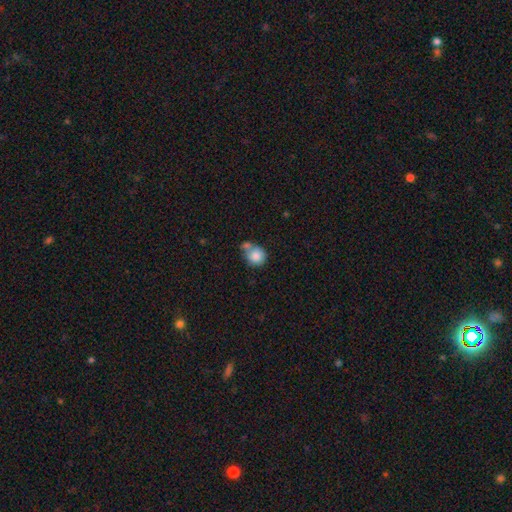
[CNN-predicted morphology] The model was most divided on "merging": merger: 40%, none: 39%, minor disturbance: 15%, major disturbance: 6%. More confident: smooth or featured — smooth (84%); how rounded — round (82%).